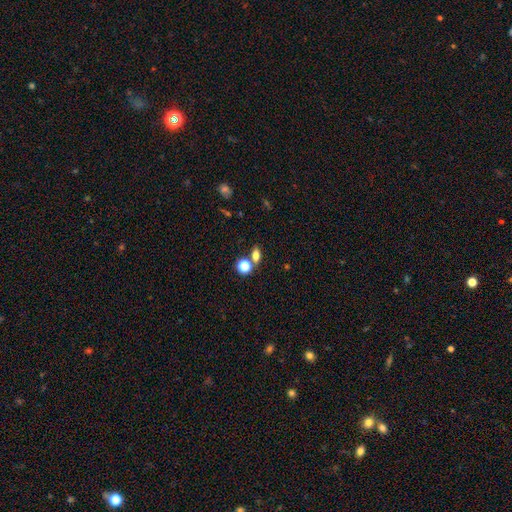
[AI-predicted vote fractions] Q: Smooth or featured?
A: smooth (71%); runner-up: star or artifact (17%)
Q: How rounded?
A: in between (67%); runner-up: round (24%)
Q: Merging?
A: none (67%); runner-up: merger (20%)